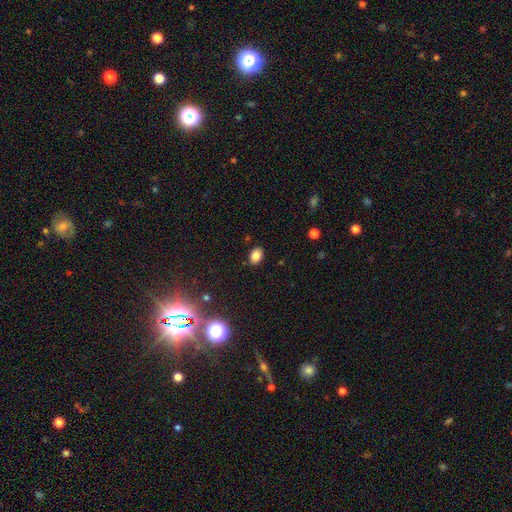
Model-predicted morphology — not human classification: Q: Smooth or featured?
A: smooth (82%); runner-up: star or artifact (12%)
Q: How rounded?
A: in between (77%); runner-up: round (22%)
Q: Merging?
A: none (87%); runner-up: minor disturbance (10%)